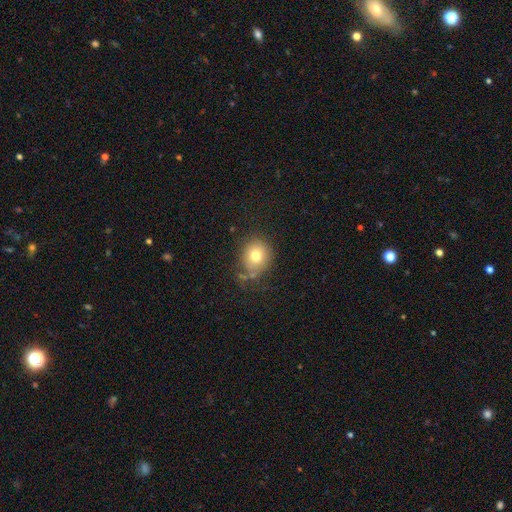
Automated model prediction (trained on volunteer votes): smooth-or-featured: smooth: 76% | featured or disk: 13% | star or artifact: 12%
  how-rounded: round: 75% | in between: 24% | cigar-shaped: 1%
  merging: none: 68% | minor disturbance: 19% | major disturbance: 7% | merger: 6%